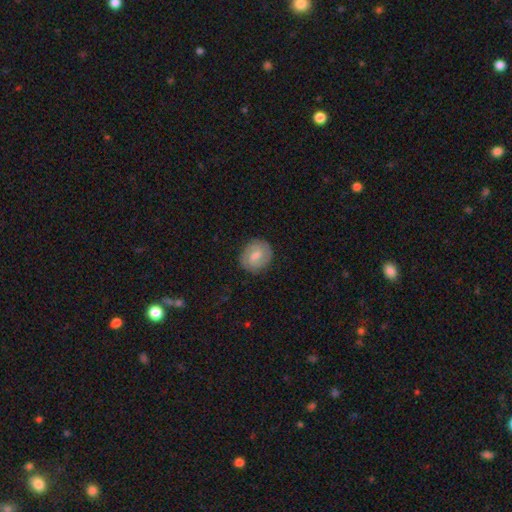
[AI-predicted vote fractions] Morphology: type=featured or disk (52%); edge-on=no (97%); bar=weak (58%); spiral arms=yes (85%); bulge=moderate (48%); merging=none (85%).